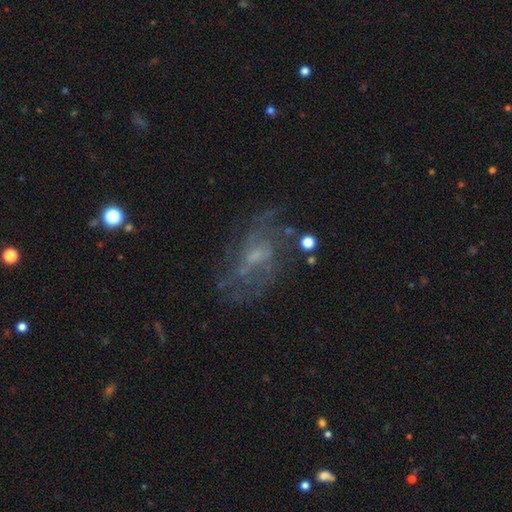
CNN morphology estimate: This appears to be a featured or disk galaxy (72%) with no bar (46%), medium (42%) spiral arms (80%) and a small central bulge (55%). Merging: none (64%).